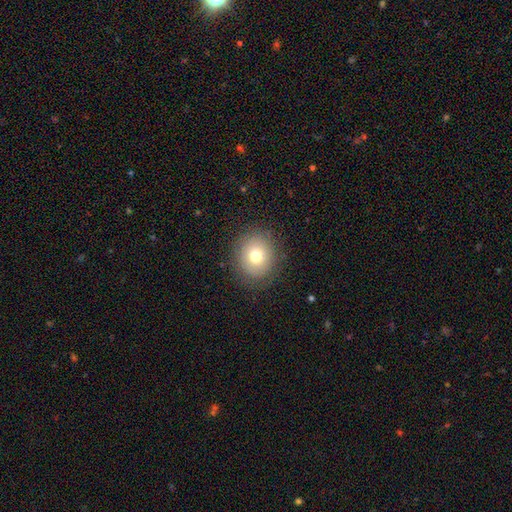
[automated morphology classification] The model was most divided on "how rounded": round: 78%, in between: 21%, cigar-shaped: 1%. More confident: merging — none (86%); smooth or featured — smooth (74%).